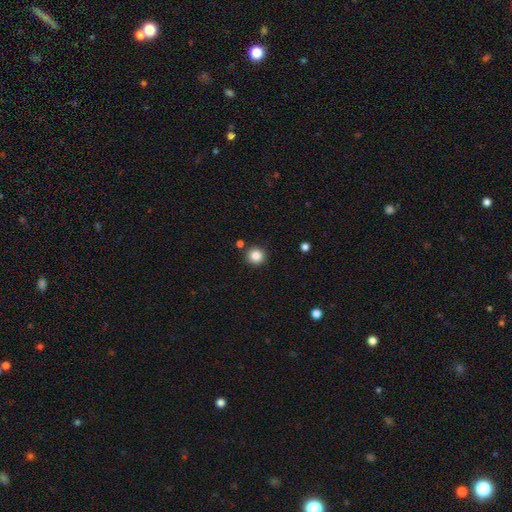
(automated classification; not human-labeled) A smooth galaxy with no disk features (85%) that is round (94%). Merging: none (88%).